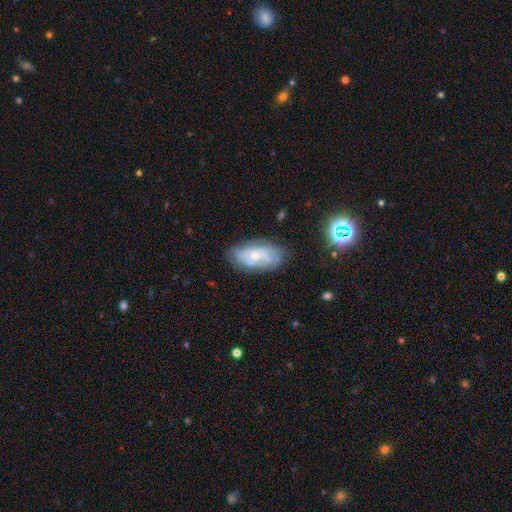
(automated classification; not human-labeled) Smooth or featured? featured or disk (61%)
Edge-on disk? no (93%)
Bar? no (74%)
Spiral arms? yes (73%)
Bulge size? small (50%)
Merging? none (68%)